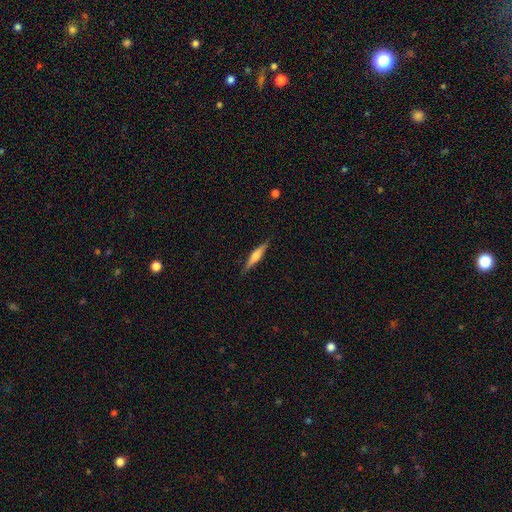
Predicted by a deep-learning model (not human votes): Smooth or featured? featured or disk (48%)
Merging? none (87%)